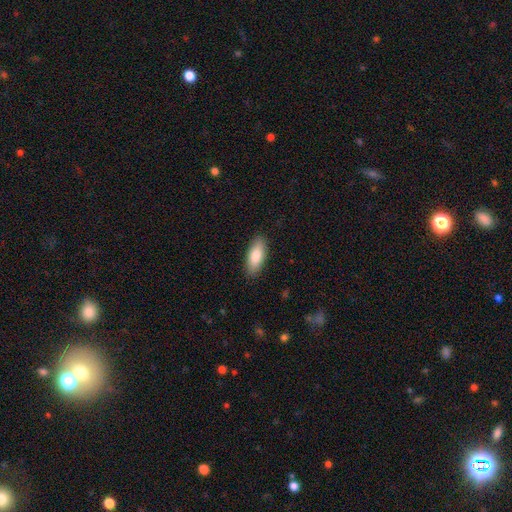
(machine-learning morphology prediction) type=smooth (84%); roundness=in between (79%); merging=none (88%).